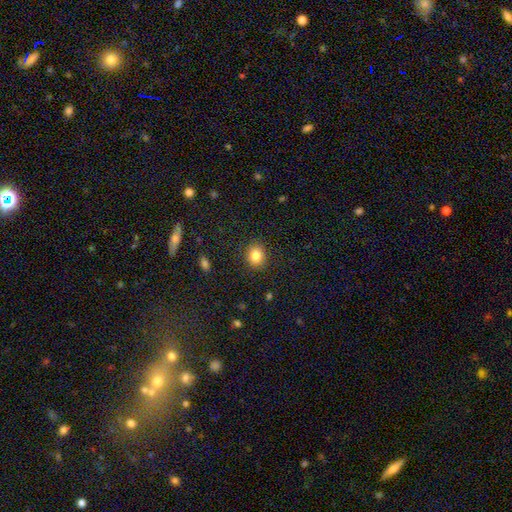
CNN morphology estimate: Overall: smooth (83%). How rounded: round (69%; in between 30%). Merging: none (89%).